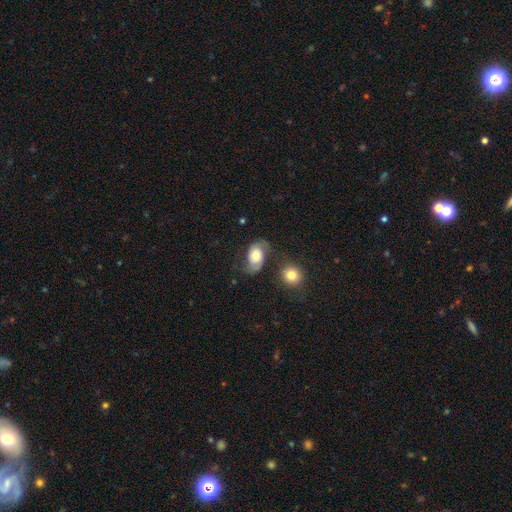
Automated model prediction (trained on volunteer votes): The model was most divided on "smooth or featured": featured or disk: 52%, smooth: 40%, star or artifact: 8%. Remaining: edge-on disk — no (96%); spiral arms — yes (84%); bar — no (73%); bulge size — moderate (53%); merging — none (49%).